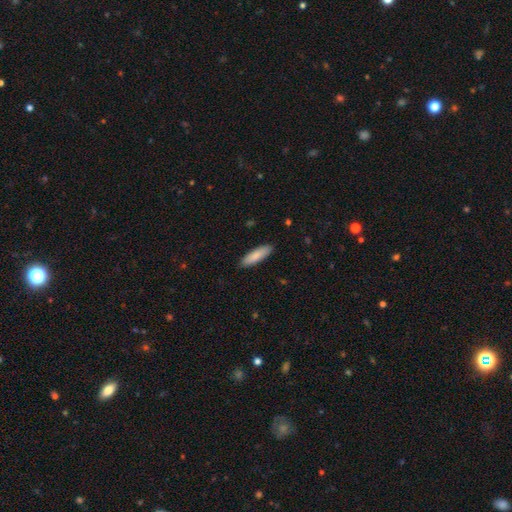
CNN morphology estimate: Smooth or featured? Predicted: smooth (p=0.85). How rounded? Predicted: cigar-shaped (p=0.55). Merging? Predicted: none (p=0.89).